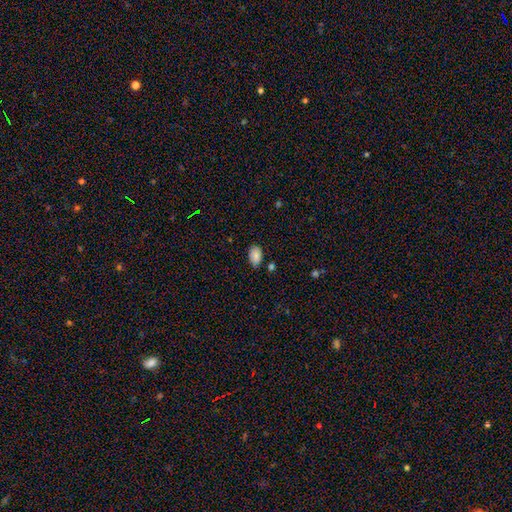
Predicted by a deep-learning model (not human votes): smooth-or-featured: smooth: 86% | star or artifact: 8% | featured or disk: 6%
  how-rounded: in between: 91% | round: 8% | cigar-shaped: 1%
  merging: none: 77% | minor disturbance: 17% | merger: 3% | major disturbance: 3%